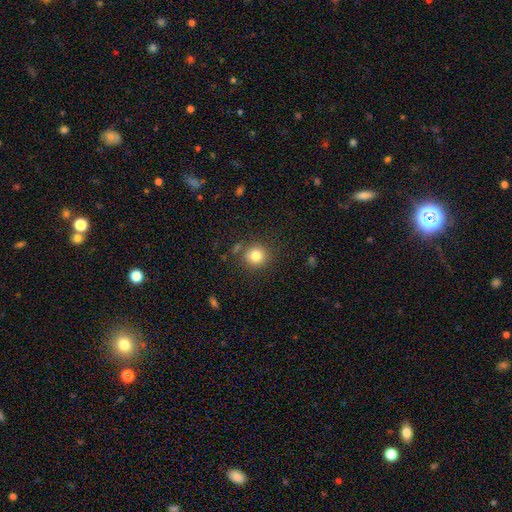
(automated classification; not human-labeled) smooth-or-featured: smooth: 81% | star or artifact: 12% | featured or disk: 7%
  how-rounded: round: 90% | in between: 9% | cigar-shaped: 1%
  merging: none: 82% | minor disturbance: 10% | merger: 5% | major disturbance: 3%